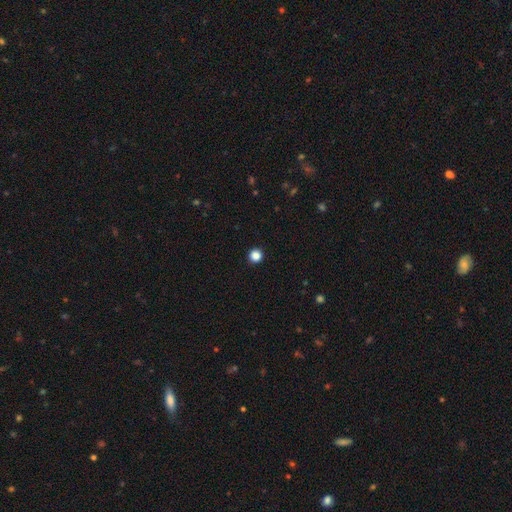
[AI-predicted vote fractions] smooth 86%, star or artifact 11%, featured or disk 3%. Down the decision tree: how rounded — round (96%); merging — none (94%).